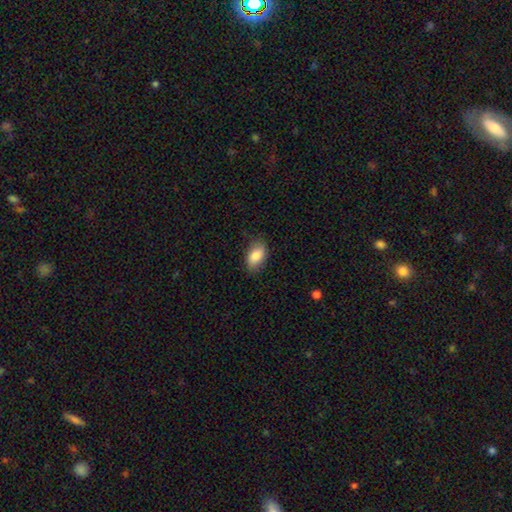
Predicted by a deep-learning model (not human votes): Smooth or featured? smooth (84%)
How rounded? in between (91%)
Merging? none (81%)